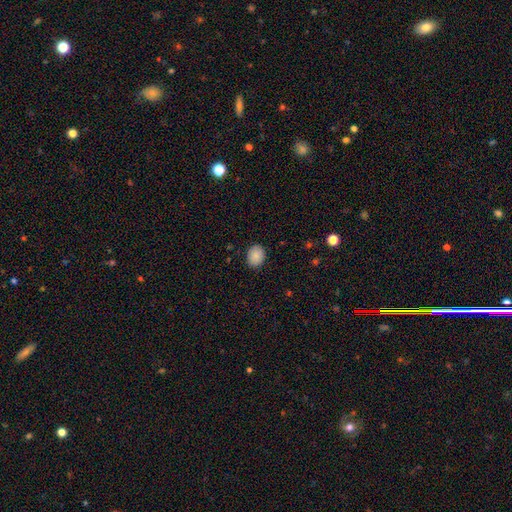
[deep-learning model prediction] Q: Smooth or featured?
A: smooth (88%); runner-up: star or artifact (8%)
Q: How rounded?
A: round (53%); runner-up: in between (46%)
Q: Merging?
A: none (88%); runner-up: minor disturbance (9%)